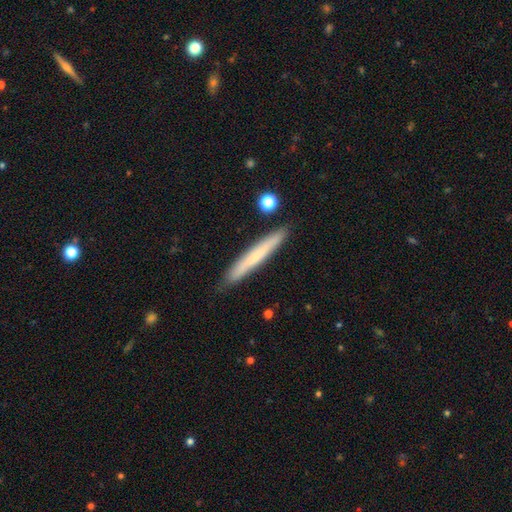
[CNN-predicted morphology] Smooth or featured?
  - smooth: 63% *
  - featured or disk: 32%
  - star or artifact: 6%
How rounded?
  - cigar-shaped: 96% *
  - in between: 3%
  - round: 1%
Merging?
  - none: 87% *
  - minor disturbance: 9%
  - merger: 2%
  - major disturbance: 2%